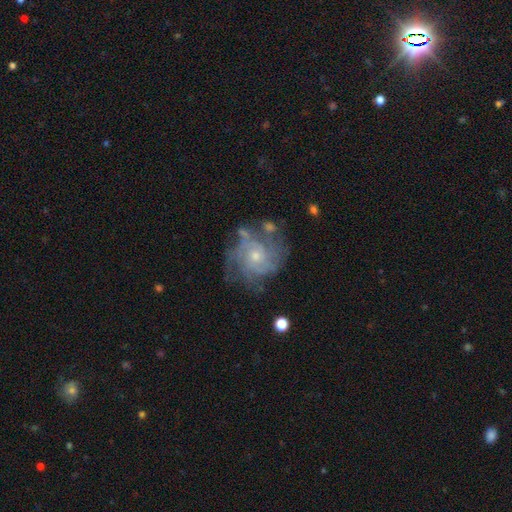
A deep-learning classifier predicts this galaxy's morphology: Overall: featured or disk (78%). Edge-on disk: no (97%). Bar: no (79%). Spiral arms: yes (90%). Spiral arm count: can't tell (37%; 4 22%). Spiral winding: tight (56%; medium 33%). Bulge size: small (62%; moderate 34%). Merging: none (68%).